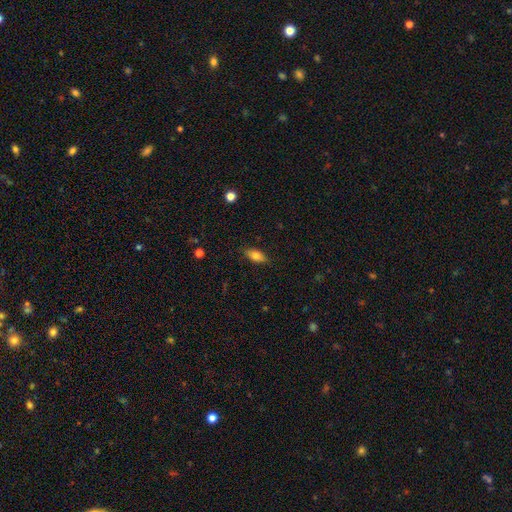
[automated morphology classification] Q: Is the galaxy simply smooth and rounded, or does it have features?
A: smooth — 78%.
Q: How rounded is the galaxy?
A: in between — 81%.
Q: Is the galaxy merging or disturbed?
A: none — 83%.